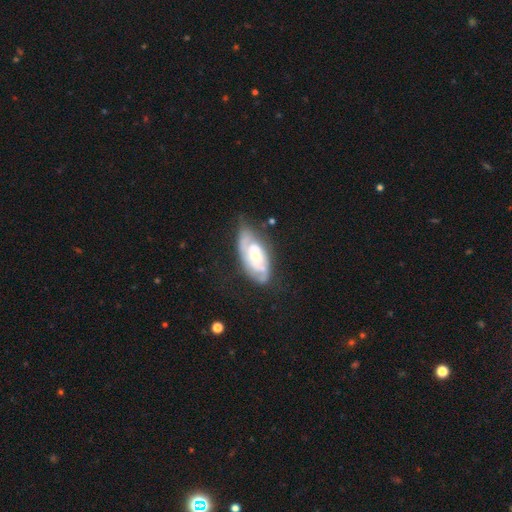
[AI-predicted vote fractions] Smooth or featured: featured or disk — 75% (smooth — 19%)
Edge-on disk: no — 93% (yes — 7%)
Bar: no — 76% (weak — 19%)
Spiral arms: yes — 82% (no — 18%)
Spiral winding: tight — 64% (medium — 27%)
Spiral arm count: can't tell — 40% (tied with 2 — 40%)
Bulge size: moderate — 47% (tied with small — 47%)
Merging: none — 60% (minor disturbance — 27%)